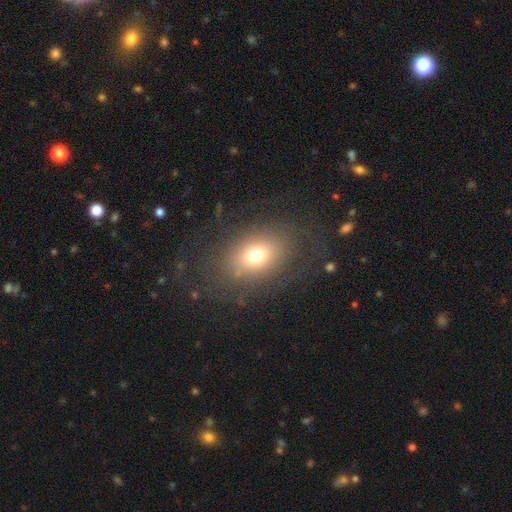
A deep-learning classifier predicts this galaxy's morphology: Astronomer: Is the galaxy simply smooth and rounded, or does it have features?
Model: smooth — 66%.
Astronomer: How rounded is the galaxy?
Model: in between — 63%.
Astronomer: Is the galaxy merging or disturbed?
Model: none — 71%.